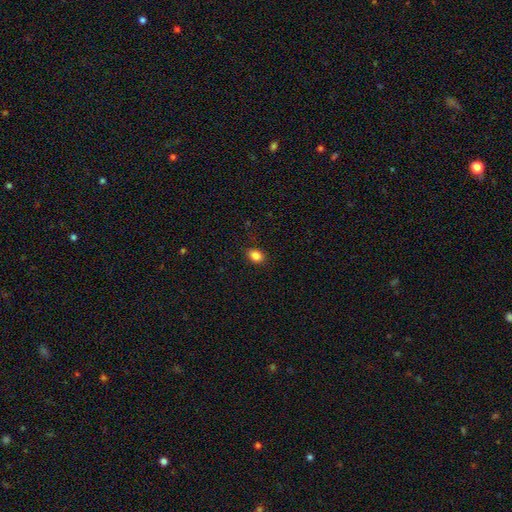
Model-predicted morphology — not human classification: Q: Smooth or featured?
A: smooth (86%); runner-up: star or artifact (10%)
Q: How rounded?
A: in between (67%); runner-up: round (32%)
Q: Merging?
A: none (87%); runner-up: minor disturbance (10%)